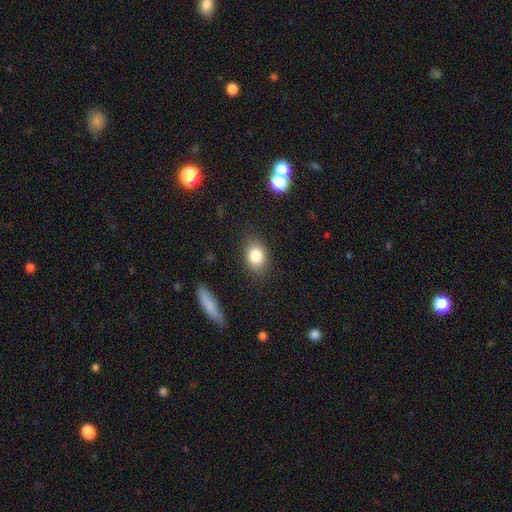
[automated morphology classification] smooth_or_featured: smooth (p=0.83) [alt: star or artifact p=0.09]
how_rounded: in between (p=0.62) [alt: round p=0.36]
merging: none (p=0.84) [alt: minor disturbance p=0.11]